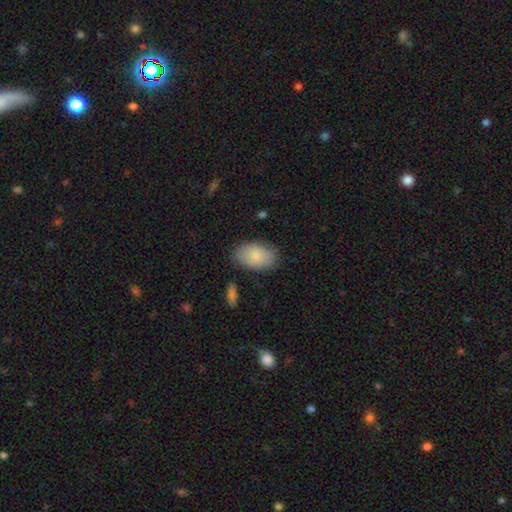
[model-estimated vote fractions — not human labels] This appears to be a smooth galaxy with no disk features (85%) that is in between round and cigar-shaped (93%). Merging: none (81%).